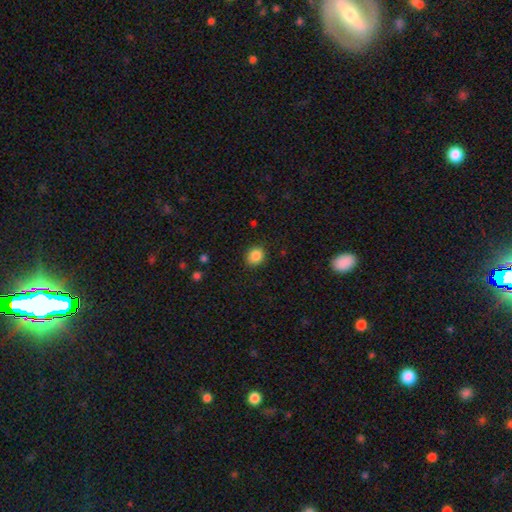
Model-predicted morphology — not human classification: Smooth or featured? smooth (87%)
How rounded? round (65%)
Merging? none (87%)